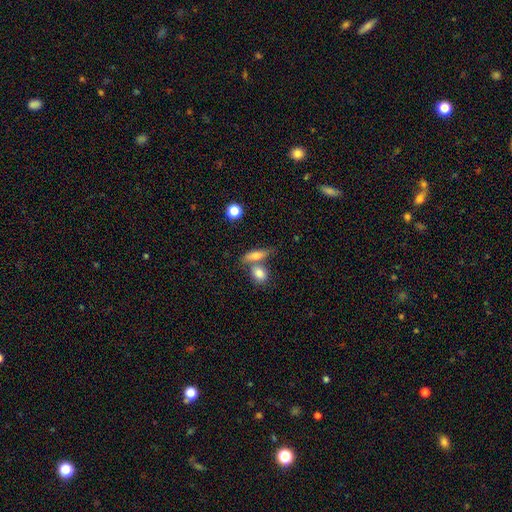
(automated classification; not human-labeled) This appears to be a smooth galaxy with no disk features (71%) that is in between round and cigar-shaped (55%). Merging: none (49%).